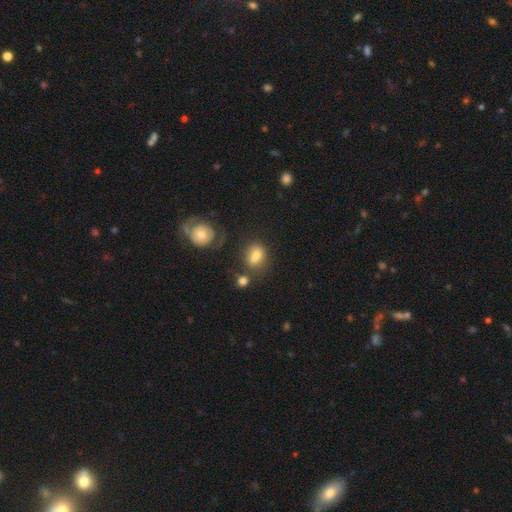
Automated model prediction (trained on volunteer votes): This is likely a smooth galaxy (73%). How rounded: likely in between (60%). Merging: possibly none (50%).